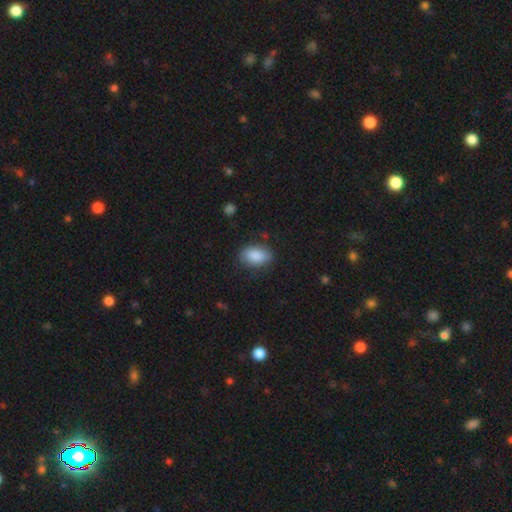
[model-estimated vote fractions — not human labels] Smooth or featured? Predicted: smooth (p=0.88). How rounded? Predicted: in between (p=0.89). Merging? Predicted: none (p=0.79).